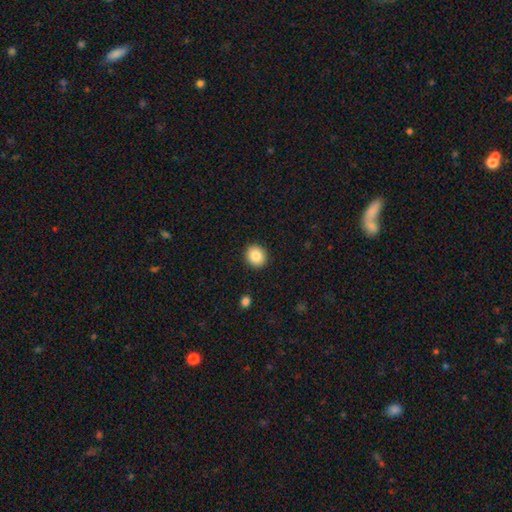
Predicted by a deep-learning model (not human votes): This appears to be a smooth galaxy with no disk features (85%) that is round (79%). Merging: none (92%).